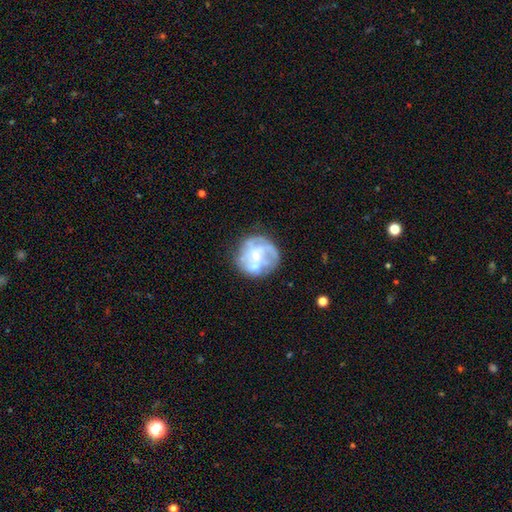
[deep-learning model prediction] Smooth or featured: featured or disk — 66% (smooth — 26%)
Edge-on disk: no — 98% (yes — 2%)
Bar: no — 78% (weak — 18%)
Spiral arms: no — 54% (yes — 46%)
Bulge size: small — 59% (moderate — 30%)
Merging: none — 54% (minor disturbance — 18%)